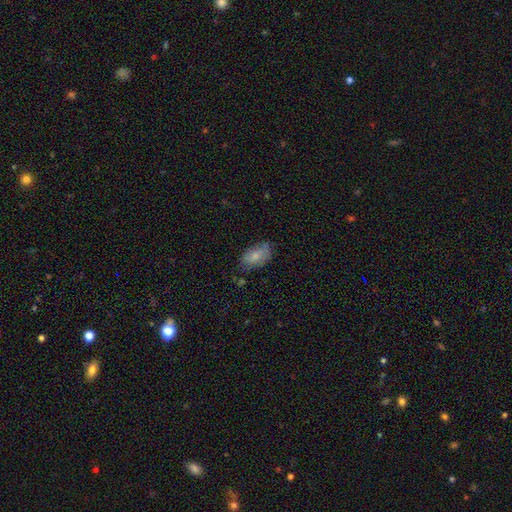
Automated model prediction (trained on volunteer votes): A smooth galaxy with no disk features (75%) that is in between round and cigar-shaped (92%). Merging: none (66%).